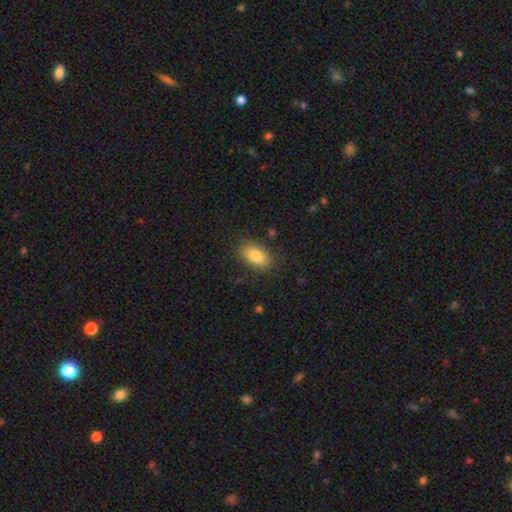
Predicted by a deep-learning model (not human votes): Smooth or featured?
  - smooth: 83% *
  - featured or disk: 9%
  - star or artifact: 8%
How rounded?
  - in between: 90% *
  - round: 7%
  - cigar-shaped: 2%
Merging?
  - none: 83% *
  - minor disturbance: 12%
  - major disturbance: 3%
  - merger: 1%